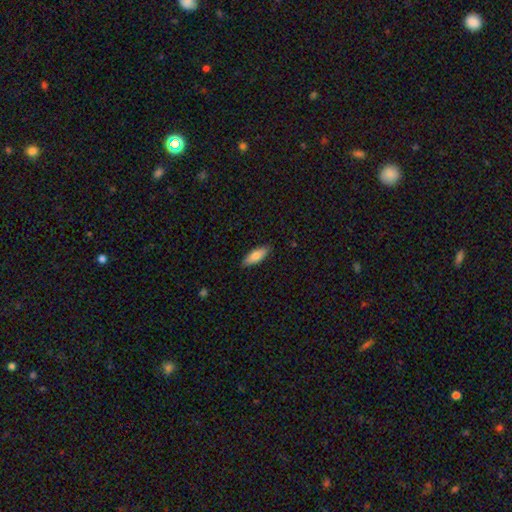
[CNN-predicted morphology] Smooth or featured: smooth — 79% (featured or disk — 15%)
How rounded: in between — 70% (cigar-shaped — 28%)
Merging: none — 87% (minor disturbance — 10%)